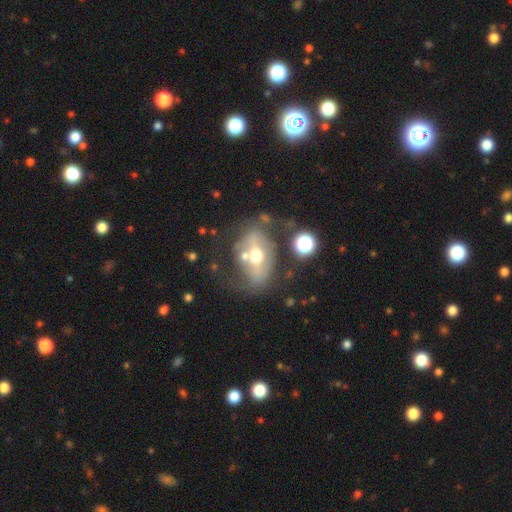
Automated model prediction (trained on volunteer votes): A featured or disk galaxy (57%) with no bar (46%), no spiral arms (70%) and a moderate central bulge (72%). Merging: none (48%).